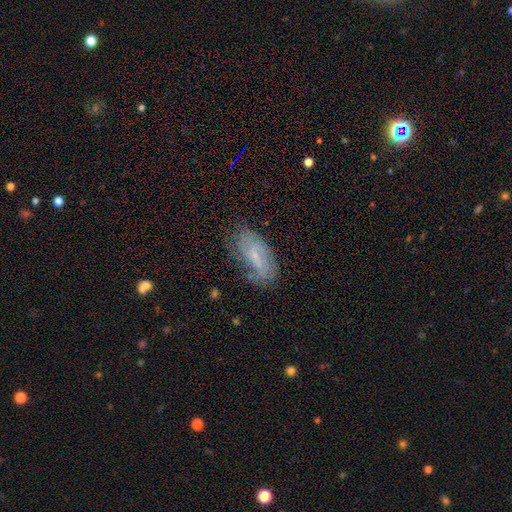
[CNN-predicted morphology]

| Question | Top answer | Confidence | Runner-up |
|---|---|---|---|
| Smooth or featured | featured or disk | 48% | smooth (42%) |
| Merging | none | 65% | minor disturbance (24%) |